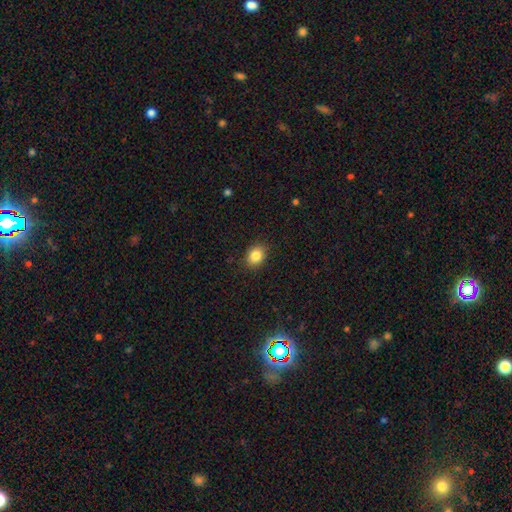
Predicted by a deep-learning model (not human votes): Smooth or featured? Predicted: smooth (p=0.85). How rounded? Predicted: round (p=0.53). Merging? Predicted: none (p=0.88).